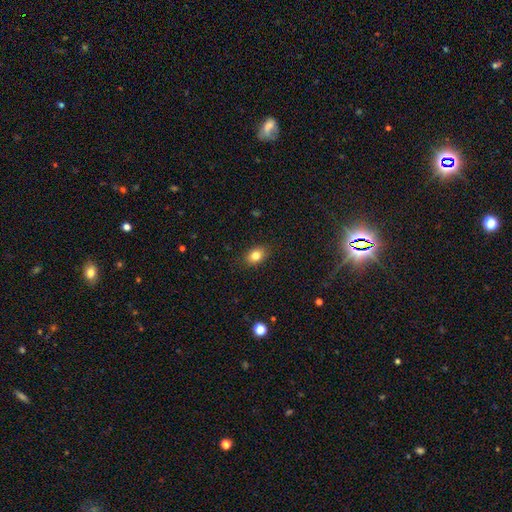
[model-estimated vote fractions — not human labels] This appears to be a smooth galaxy with no disk features (82%) that is in between round and cigar-shaped (71%). Merging: none (86%).